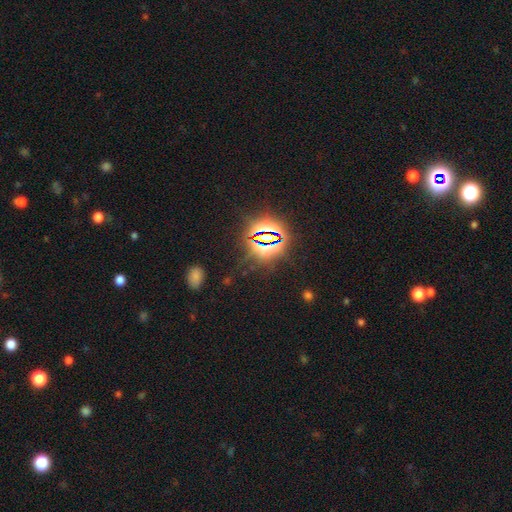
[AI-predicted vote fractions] Smooth or featured: star or artifact — 81% (smooth — 12%)